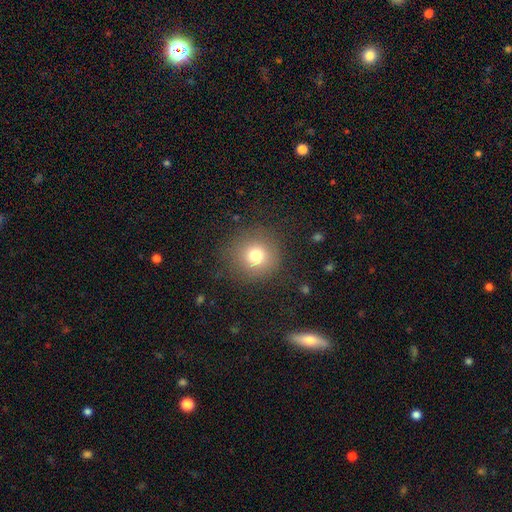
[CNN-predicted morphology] This is likely a smooth galaxy (76%). How rounded: clearly round (93%). Merging: clearly none (85%).